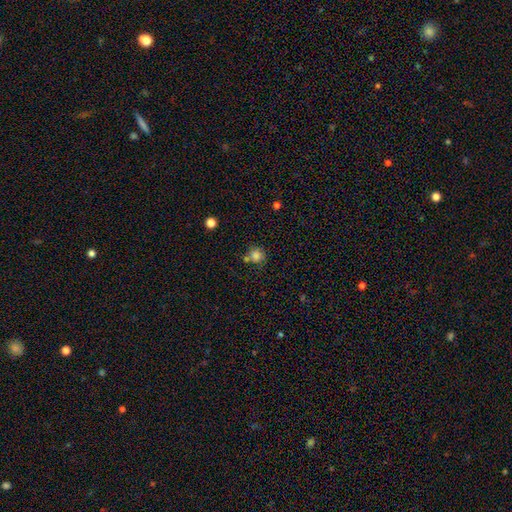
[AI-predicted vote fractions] This is likely a smooth galaxy (80%). How rounded: clearly round (84%). Merging: possibly none (59%).